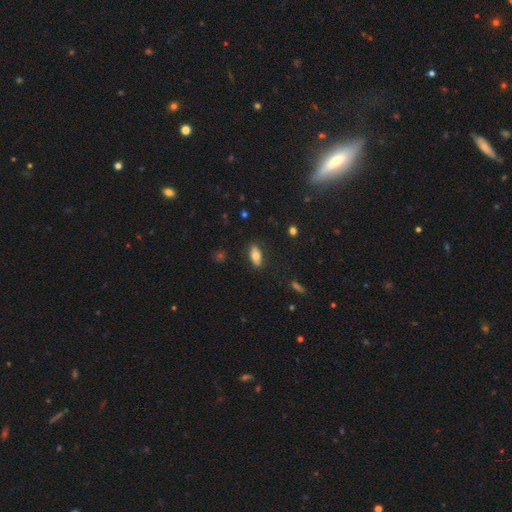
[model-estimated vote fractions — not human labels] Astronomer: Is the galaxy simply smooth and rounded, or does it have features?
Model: smooth — 73%.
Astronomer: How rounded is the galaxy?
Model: in between — 85%.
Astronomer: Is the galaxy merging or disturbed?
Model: none — 86%.